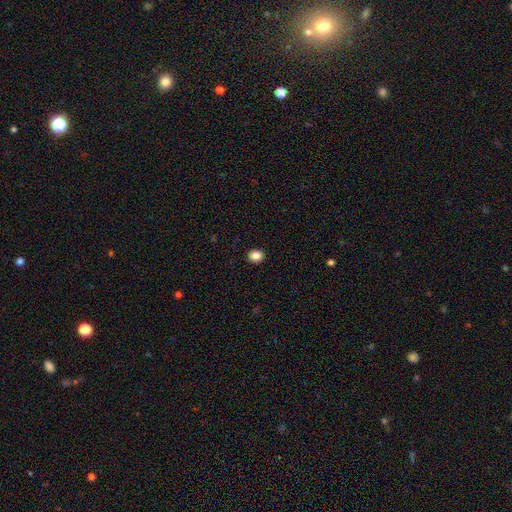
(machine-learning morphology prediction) Smooth or featured? Predicted: smooth (p=0.86). How rounded? Predicted: round (p=0.60). Merging? Predicted: none (p=0.92).